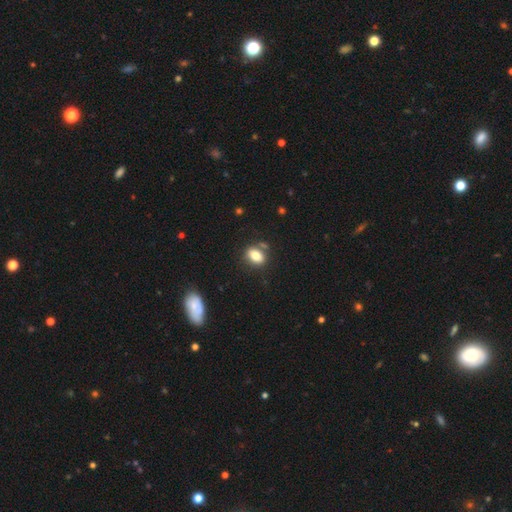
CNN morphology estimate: smooth_or_featured: smooth (p=0.82) [alt: featured or disk p=0.09]
how_rounded: in between (p=0.76) [alt: round p=0.22]
merging: none (p=0.74) [alt: minor disturbance p=0.14]